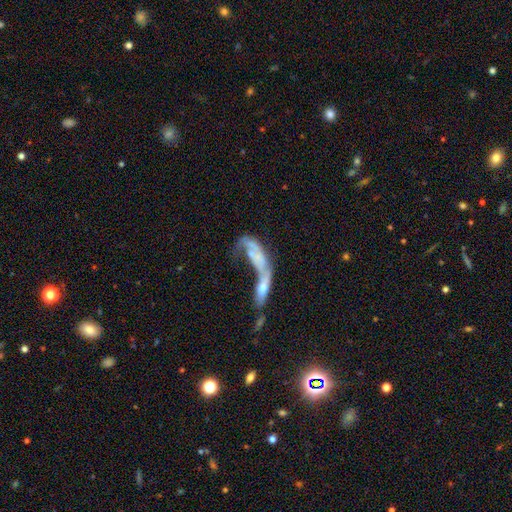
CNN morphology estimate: Q: Smooth or featured?
A: featured or disk (56%); runner-up: smooth (35%)
Q: Edge-on disk?
A: no (83%); runner-up: yes (17%)
Q: Merging?
A: merger (66%); runner-up: major disturbance (18%)